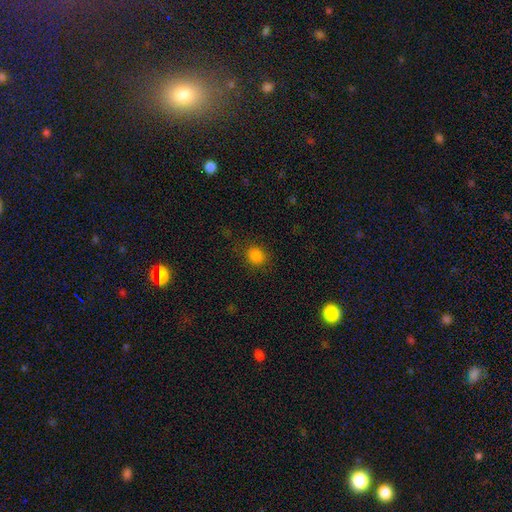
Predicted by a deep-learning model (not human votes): Q: Smooth or featured?
A: smooth (83%); runner-up: star or artifact (13%)
Q: How rounded?
A: round (67%); runner-up: in between (32%)
Q: Merging?
A: none (83%); runner-up: minor disturbance (11%)